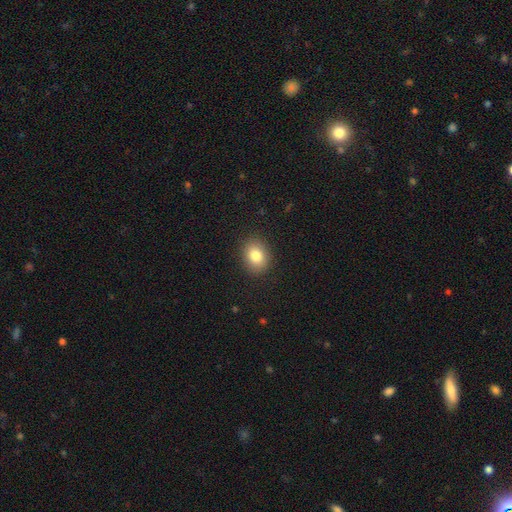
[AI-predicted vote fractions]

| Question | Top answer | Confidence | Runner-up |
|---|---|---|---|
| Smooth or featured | smooth | 82% | star or artifact (10%) |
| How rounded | in between | 56% | round (43%) |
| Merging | none | 88% | minor disturbance (8%) |